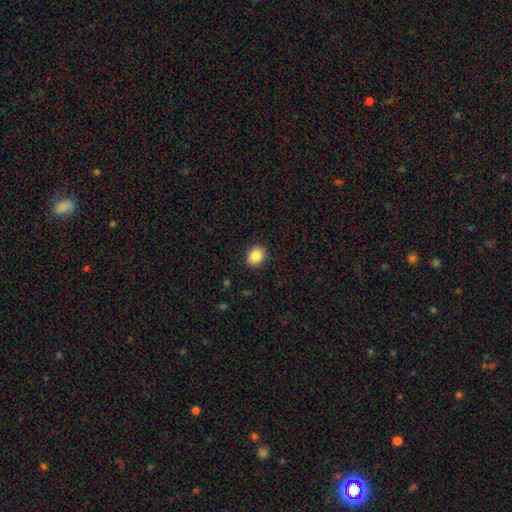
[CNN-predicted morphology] The model was most divided on "how rounded": round: 58%, in between: 41%, cigar-shaped: 1%. More confident: merging — none (89%); smooth or featured — smooth (87%).